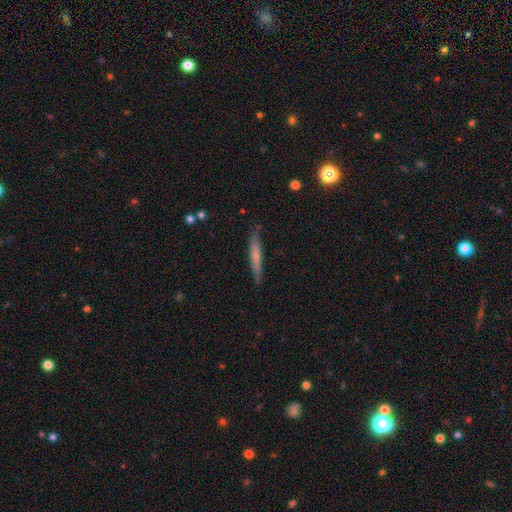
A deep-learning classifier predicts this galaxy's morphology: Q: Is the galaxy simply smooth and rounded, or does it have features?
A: smooth — 61%.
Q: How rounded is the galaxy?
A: cigar-shaped — 95%.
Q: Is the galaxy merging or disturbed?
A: none — 84%.